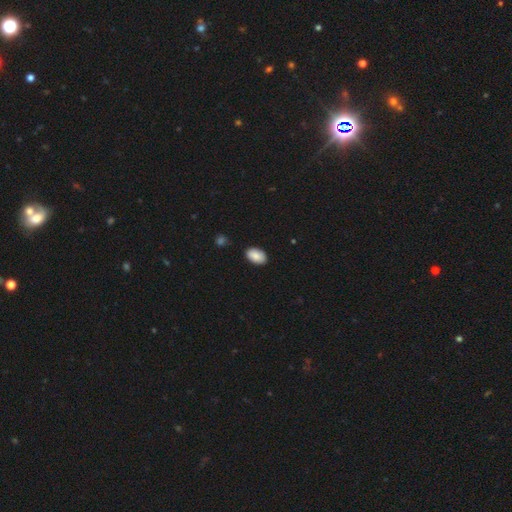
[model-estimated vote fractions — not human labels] Smooth or featured?
  - smooth: 89% *
  - star or artifact: 7%
  - featured or disk: 5%
How rounded?
  - in between: 93% *
  - round: 6%
  - cigar-shaped: 1%
Merging?
  - none: 86% *
  - minor disturbance: 11%
  - major disturbance: 2%
  - merger: 1%